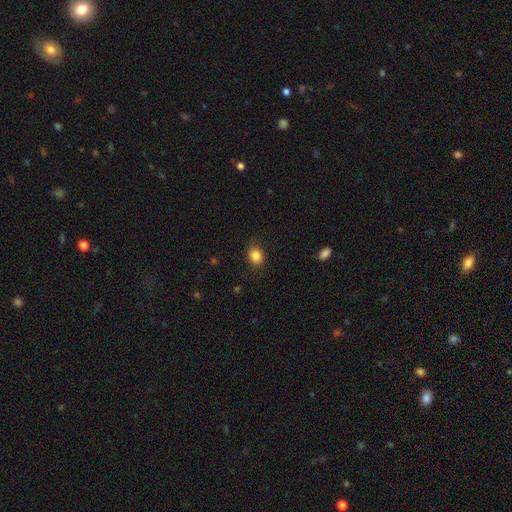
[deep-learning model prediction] Morphology: type=smooth (84%); roundness=round (50%); merging=none (83%).